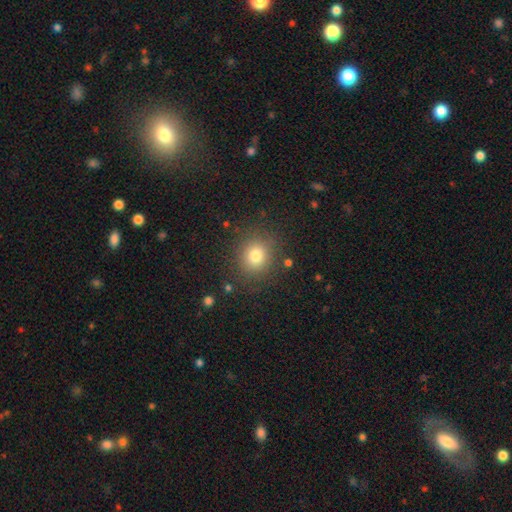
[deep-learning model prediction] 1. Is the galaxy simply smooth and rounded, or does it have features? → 79% smooth, 13% star or artifact, 8% featured or disk.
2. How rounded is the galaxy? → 81% round, 19% in between, 1% cigar-shaped.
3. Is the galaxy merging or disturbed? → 85% none, 9% minor disturbance, 4% major disturbance, 2% merger.